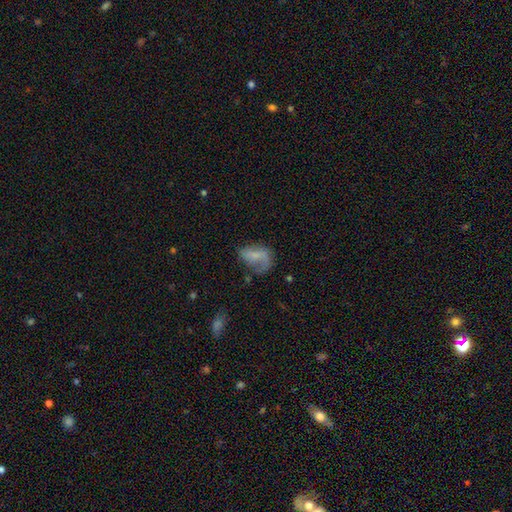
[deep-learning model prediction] A featured or disk galaxy (45%, tied with smooth). Merging: major disturbance (35%).